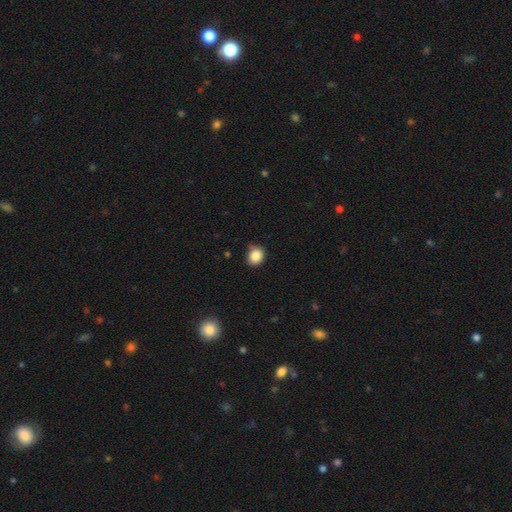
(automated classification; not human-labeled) A smooth galaxy with no disk features (87%) that is round (63%). Merging: none (72%).